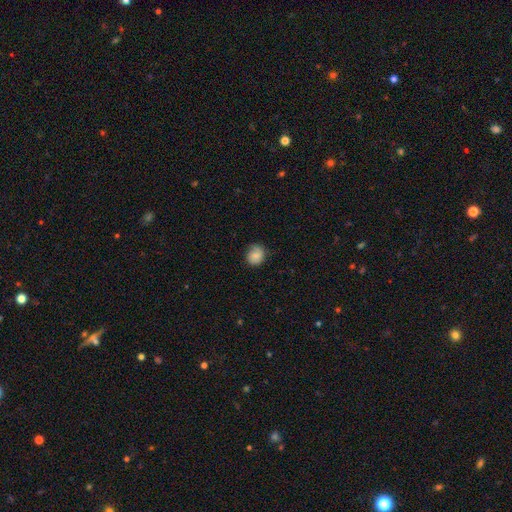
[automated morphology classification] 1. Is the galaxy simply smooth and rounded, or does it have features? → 79% smooth, 13% featured or disk, 8% star or artifact.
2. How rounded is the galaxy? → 73% round, 26% in between, 1% cigar-shaped.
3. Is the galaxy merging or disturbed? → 68% none, 25% minor disturbance, 6% major disturbance, 1% merger.